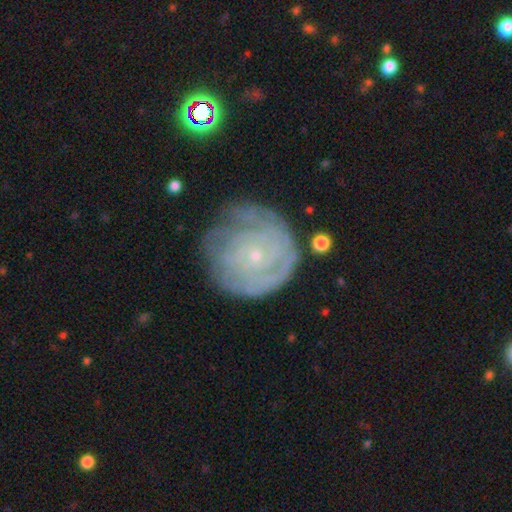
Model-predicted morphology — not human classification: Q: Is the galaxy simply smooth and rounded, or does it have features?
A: featured or disk — 76%.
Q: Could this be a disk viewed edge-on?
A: no — 98%.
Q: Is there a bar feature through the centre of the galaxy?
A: no — 81%.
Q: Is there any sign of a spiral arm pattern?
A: yes — 89%.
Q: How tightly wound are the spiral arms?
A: tight — 81%.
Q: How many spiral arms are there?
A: can't tell — 47%.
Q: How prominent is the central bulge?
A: small — 87%.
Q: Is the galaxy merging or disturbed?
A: none — 66%.